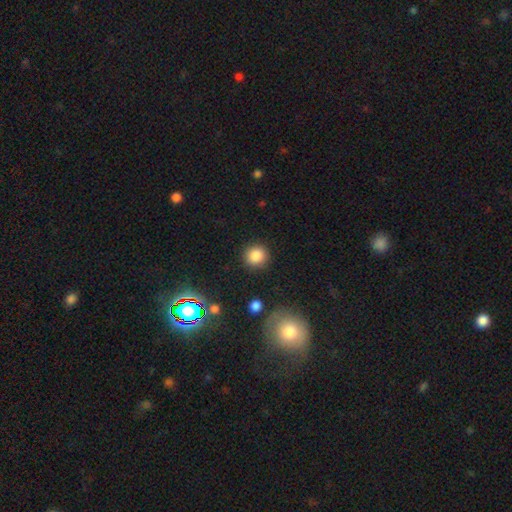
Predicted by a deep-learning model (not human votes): smooth_or_featured: smooth (p=0.85) [alt: star or artifact p=0.11]
how_rounded: round (p=0.90) [alt: in between p=0.09]
merging: none (p=0.89) [alt: minor disturbance p=0.07]